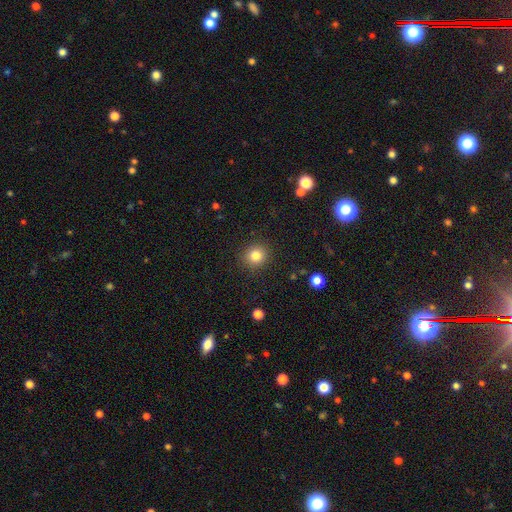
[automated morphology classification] type=smooth (82%); roundness=round (89%); merging=none (90%).